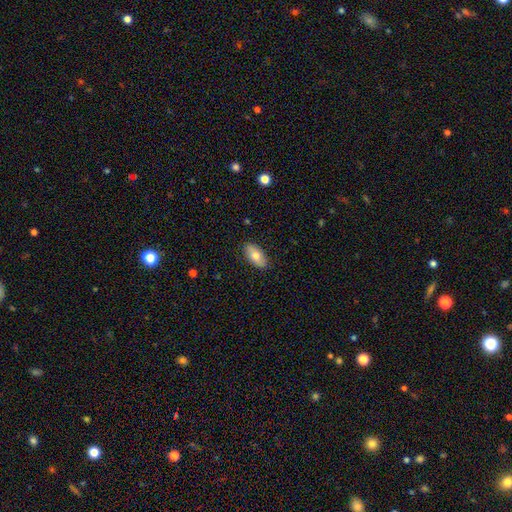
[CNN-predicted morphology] This is likely a smooth galaxy (74%). How rounded: clearly in between (91%). Merging: clearly none (88%).